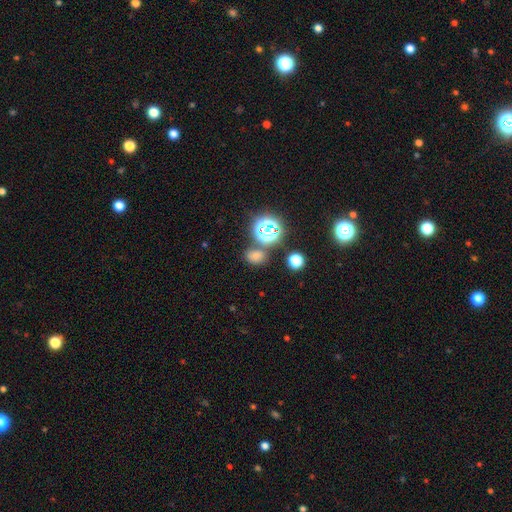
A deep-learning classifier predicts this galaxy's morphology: smooth_or_featured: smooth (p=0.63) [alt: star or artifact p=0.30]
how_rounded: in between (p=0.62) [alt: round p=0.36]
merging: none (p=0.72) [alt: merger p=0.12]